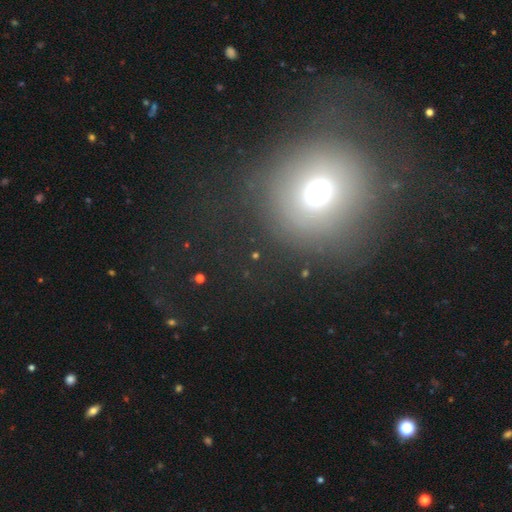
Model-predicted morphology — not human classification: Q: Smooth or featured?
A: star or artifact (47%); runner-up: smooth (40%)